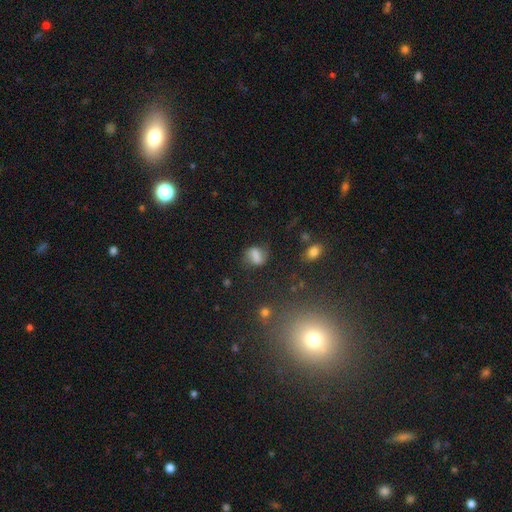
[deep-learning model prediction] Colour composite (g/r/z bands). It shows a smooth galaxy with no disk features (63%) that is in between round and cigar-shaped (57%). Merging: none (64%).